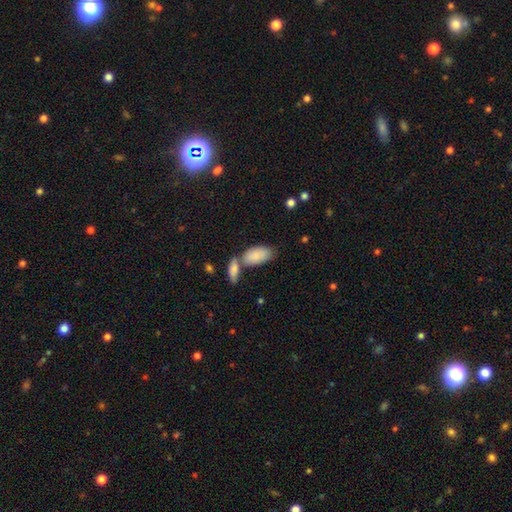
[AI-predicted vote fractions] smooth_or_featured: smooth (p=0.87) [alt: featured or disk p=0.08]
how_rounded: in between (p=0.93) [alt: cigar-shaped p=0.05]
merging: none (p=0.47) [alt: merger p=0.35]